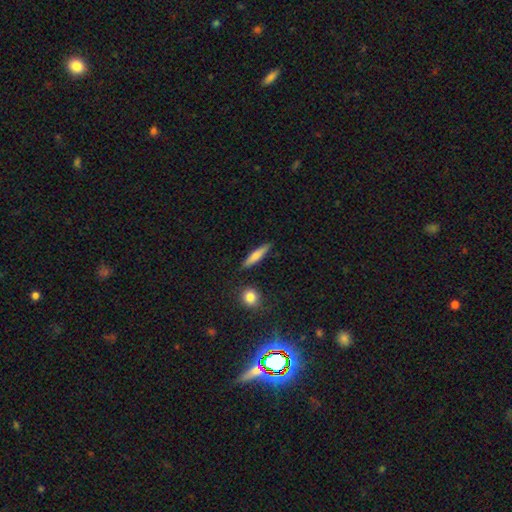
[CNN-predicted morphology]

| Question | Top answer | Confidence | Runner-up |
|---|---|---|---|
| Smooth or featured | smooth | 71% | featured or disk (22%) |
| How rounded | cigar-shaped | 83% | in between (14%) |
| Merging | none | 86% | minor disturbance (9%) |